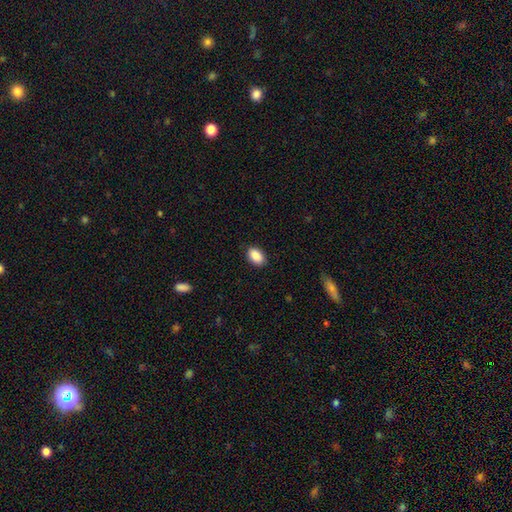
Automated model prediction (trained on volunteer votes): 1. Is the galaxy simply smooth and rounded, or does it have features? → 90% smooth, 7% star or artifact, 3% featured or disk.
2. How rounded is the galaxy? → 91% in between, 8% round, 1% cigar-shaped.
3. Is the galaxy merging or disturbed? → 88% none, 9% minor disturbance, 2% major disturbance, 1% merger.